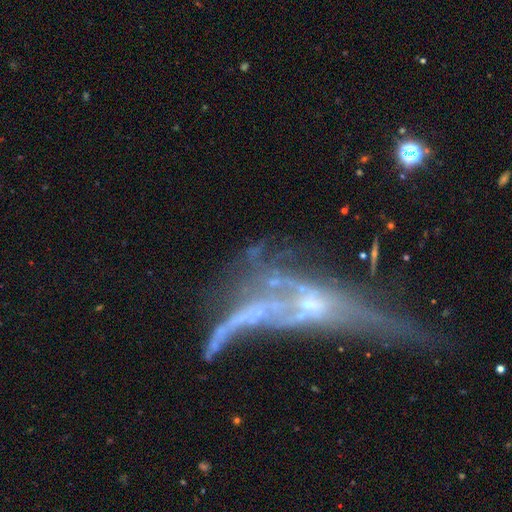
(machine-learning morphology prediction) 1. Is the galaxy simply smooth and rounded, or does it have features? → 58% featured or disk, 21% star or artifact, 21% smooth.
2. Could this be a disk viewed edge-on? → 81% no, 19% yes.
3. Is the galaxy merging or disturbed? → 31% major disturbance, 30% none, 26% merger, 13% minor disturbance.